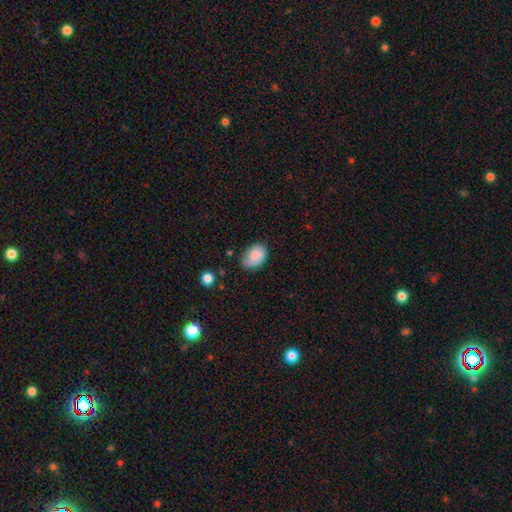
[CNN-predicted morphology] This appears to be a smooth galaxy with no disk features (82%) that is in between round and cigar-shaped (85%). Merging: none (61%).